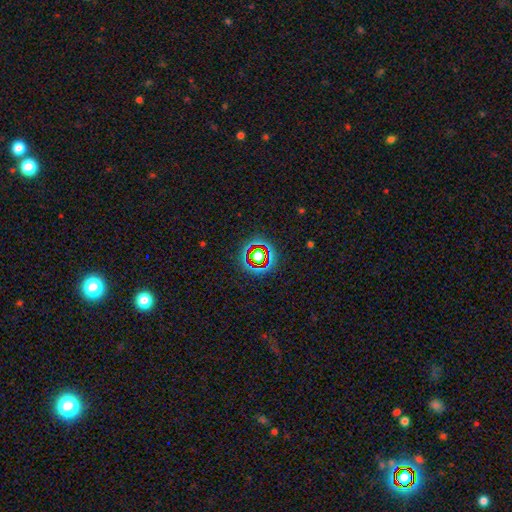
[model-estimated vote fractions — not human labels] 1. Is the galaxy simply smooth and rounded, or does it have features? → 65% star or artifact, 23% smooth, 12% featured or disk.